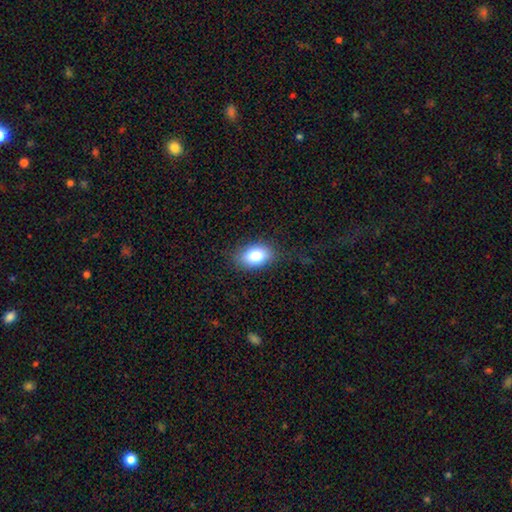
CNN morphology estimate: The model was most divided on "merging": none: 79%, minor disturbance: 15%, major disturbance: 5%, merger: 1%. More confident: how rounded — in between (86%); smooth or featured — smooth (81%).